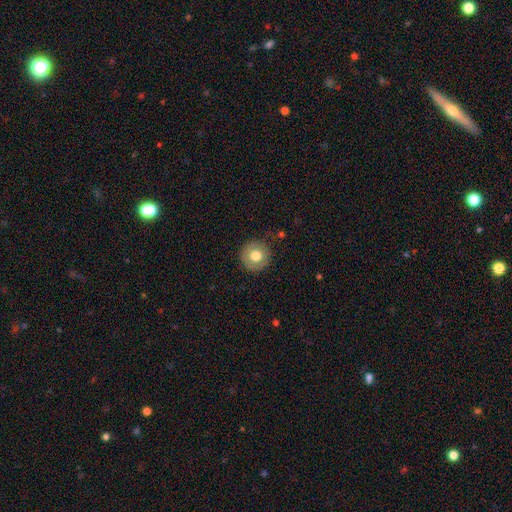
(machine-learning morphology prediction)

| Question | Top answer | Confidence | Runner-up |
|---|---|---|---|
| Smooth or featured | smooth | 72% | featured or disk (19%) |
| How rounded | round | 94% | in between (5%) |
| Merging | none | 85% | minor disturbance (11%) |